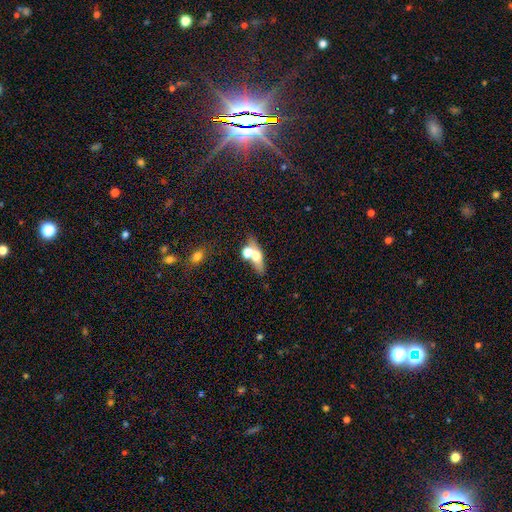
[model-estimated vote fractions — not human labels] smooth 58%, featured or disk 33%, star or artifact 9%. Down the decision tree: how rounded — in between (56%); merging — none (42%).